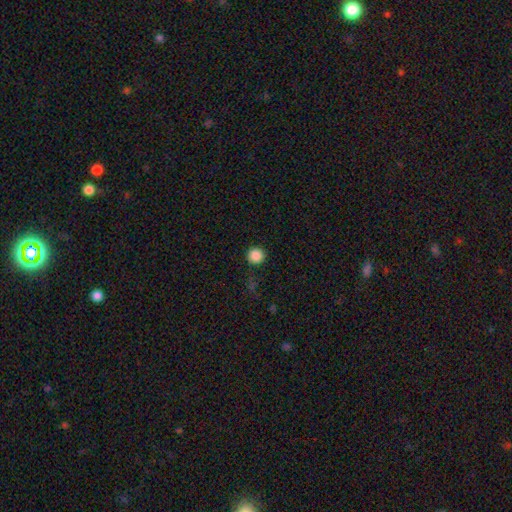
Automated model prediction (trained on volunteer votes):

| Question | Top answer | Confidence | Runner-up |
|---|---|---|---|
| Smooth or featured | smooth | 87% | star or artifact (10%) |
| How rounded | round | 95% | in between (4%) |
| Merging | none | 91% | minor disturbance (5%) |